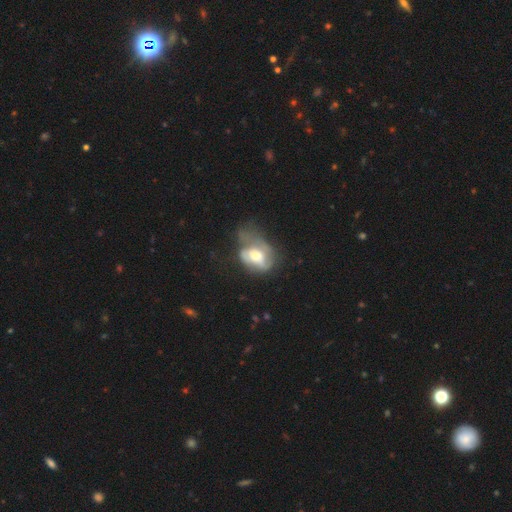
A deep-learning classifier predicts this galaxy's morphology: Smooth or featured: featured or disk — 50% (smooth — 42%)
Edge-on disk: no — 94% (yes — 6%)
Merging: major disturbance — 49% (minor disturbance — 25%)